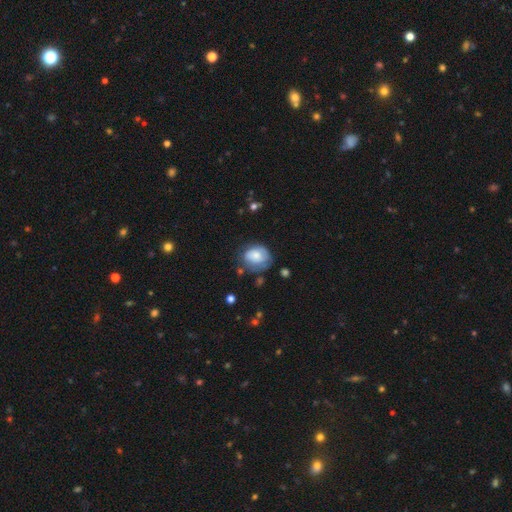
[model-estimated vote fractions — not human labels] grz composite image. It shows a smooth galaxy with no disk features (60%) that is round (59%). Merging: none (54%).